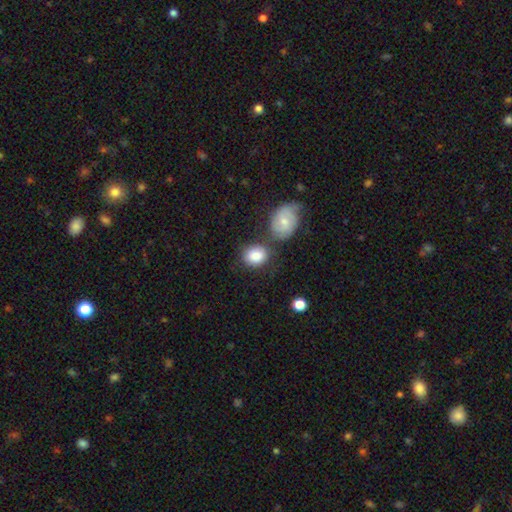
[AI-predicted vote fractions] This is clearly a smooth galaxy (83%). How rounded: possibly in between (51%). Merging: possibly none (60%).